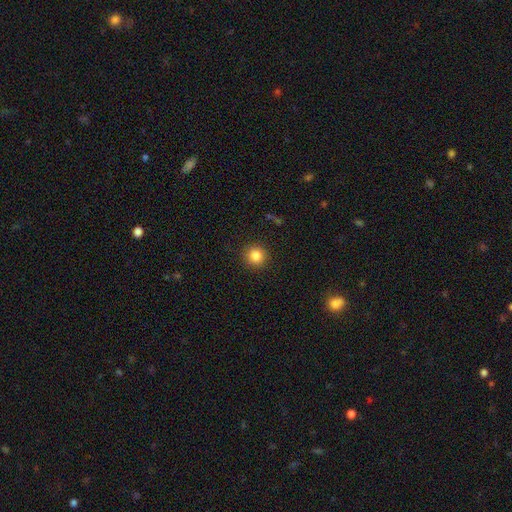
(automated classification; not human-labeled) smooth 85%, star or artifact 10%, featured or disk 5%. Down the decision tree: how rounded — round (94%); merging — none (91%).